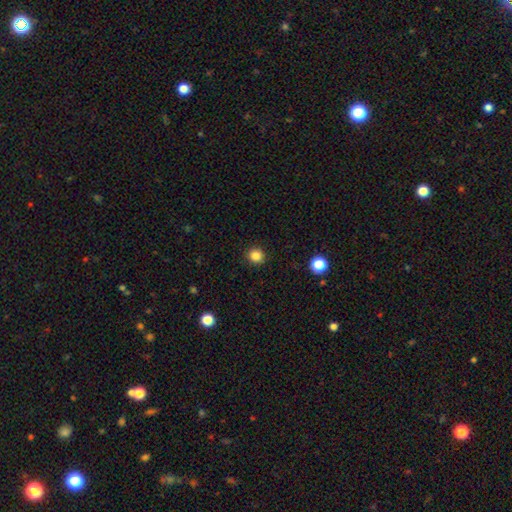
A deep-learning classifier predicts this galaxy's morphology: Smooth or featured: smooth — 84% (star or artifact — 12%)
How rounded: round — 92% (in between — 7%)
Merging: none — 92% (minor disturbance — 5%)